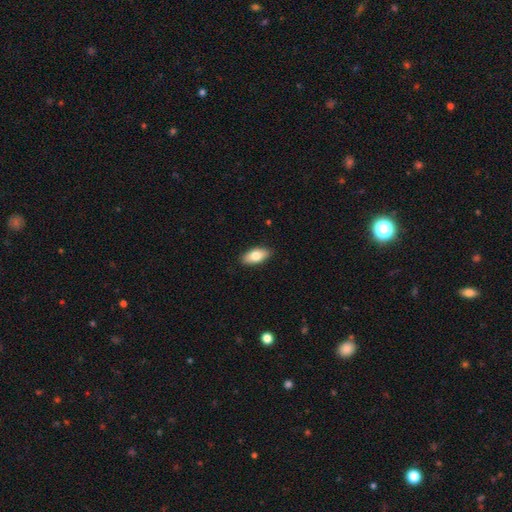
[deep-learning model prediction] A smooth galaxy with no disk features (79%) that is in between round and cigar-shaped (91%). Merging: none (89%).